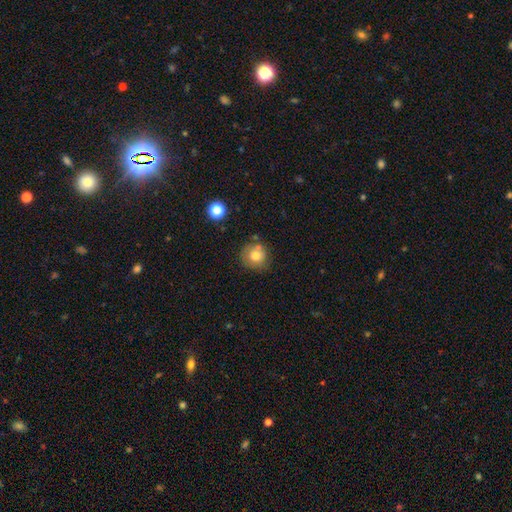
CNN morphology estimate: The model was most divided on "merging": none: 69%, minor disturbance: 18%, merger: 8%, major disturbance: 5%. More confident: how rounded — round (89%); smooth or featured — smooth (74%).